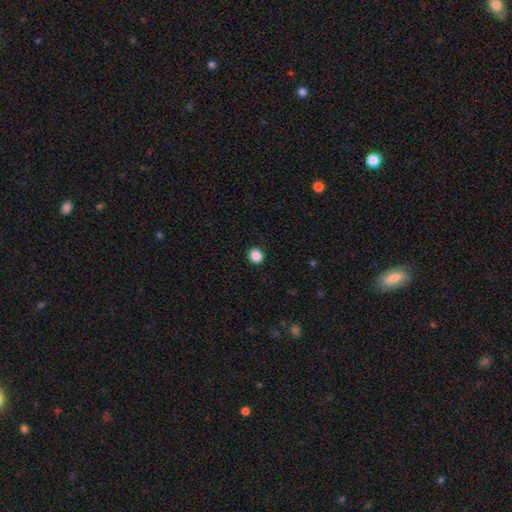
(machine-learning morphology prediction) smooth-or-featured: smooth: 88% | star or artifact: 9% | featured or disk: 2%
  how-rounded: round: 83% | in between: 16% | cigar-shaped: 1%
  merging: none: 92% | minor disturbance: 5% | major disturbance: 2% | merger: 1%